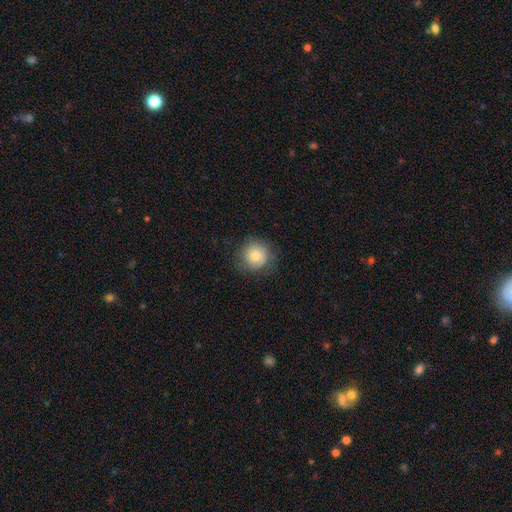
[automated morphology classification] A smooth galaxy with no disk features (70%) that is round (91%).

Vote fractions:
- Smooth or featured? smooth: 70% / featured or disk: 21% / star or artifact: 8%
- How rounded? round: 91% / in between: 8% / cigar-shaped: 1%
- Merging? none: 74% / minor disturbance: 17% / major disturbance: 7% / merger: 1%